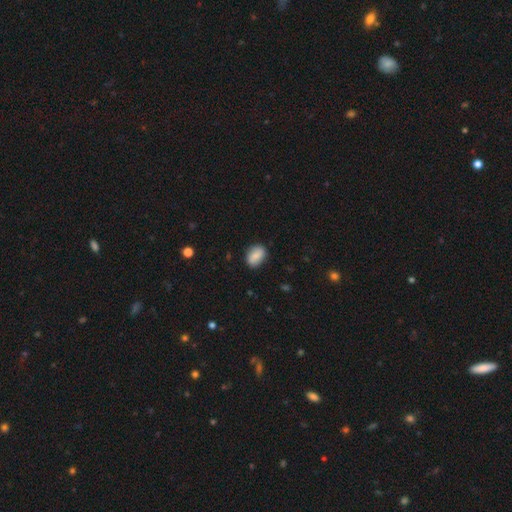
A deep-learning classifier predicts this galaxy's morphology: smooth 81%, featured or disk 12%, star or artifact 7%. Down the decision tree: how rounded — in between (80%); merging — none (83%).